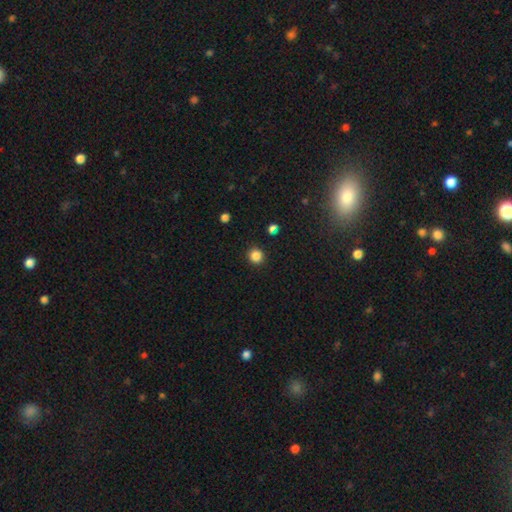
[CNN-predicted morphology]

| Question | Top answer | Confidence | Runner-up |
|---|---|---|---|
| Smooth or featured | smooth | 85% | star or artifact (12%) |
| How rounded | round | 92% | in between (7%) |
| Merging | none | 92% | minor disturbance (5%) |